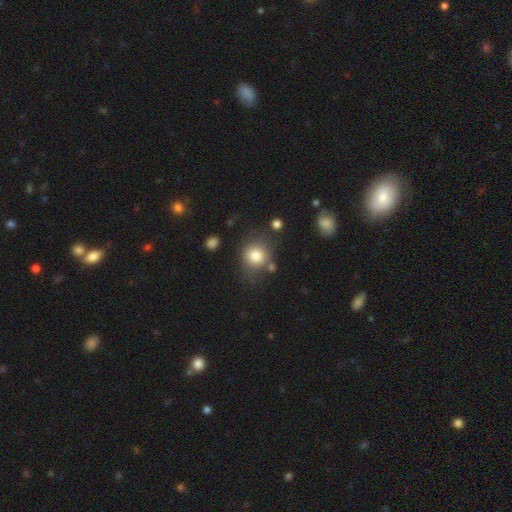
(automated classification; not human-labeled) Morphology: type=smooth (80%); roundness=round (82%); merging=none (73%).